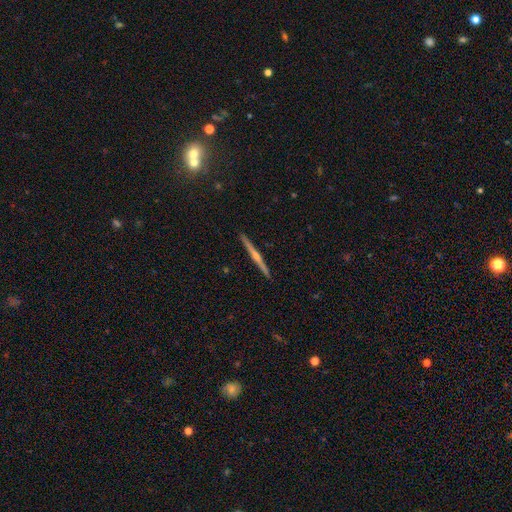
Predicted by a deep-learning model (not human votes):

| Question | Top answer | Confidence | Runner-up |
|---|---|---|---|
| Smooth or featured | featured or disk | 68% | smooth (20%) |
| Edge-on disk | yes | 96% | no (4%) |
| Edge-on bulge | rounded | 68% | none (23%) |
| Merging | none | 87% | minor disturbance (8%) |